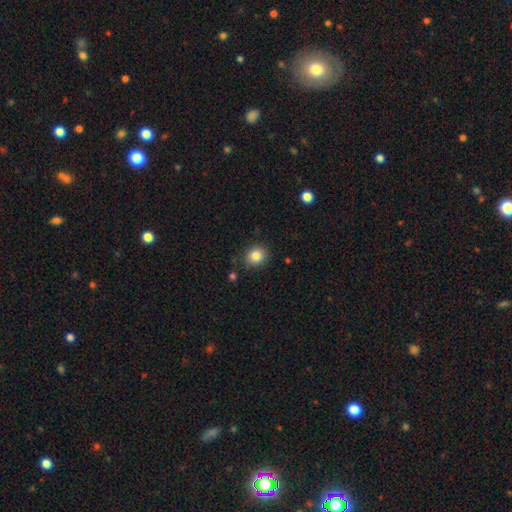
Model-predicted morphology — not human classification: The model was most divided on "how rounded": round: 75%, in between: 24%, cigar-shaped: 1%. More confident: merging — none (85%); smooth or featured — smooth (84%).